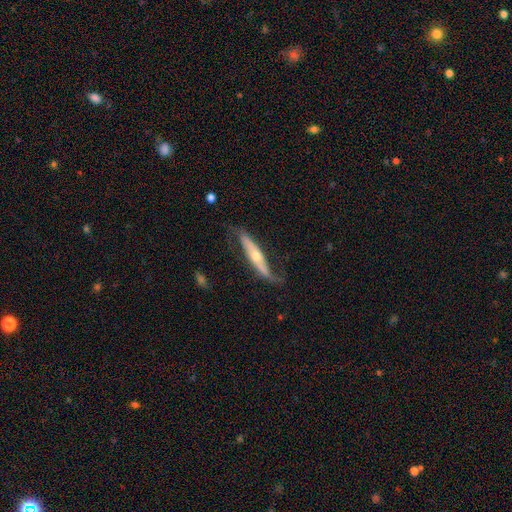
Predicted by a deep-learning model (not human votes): A featured or disk galaxy (77%) viewed edge-on (66%) with a rounded central bulge (86%).

Vote fractions:
- Smooth or featured? featured or disk: 77% / smooth: 16% / star or artifact: 7%
- Edge-on disk? yes: 66% / no: 34%
- Edge-on bulge? rounded: 86% / none: 10% / boxy: 4%
- Merging? none: 67% / minor disturbance: 22% / major disturbance: 9% / merger: 2%